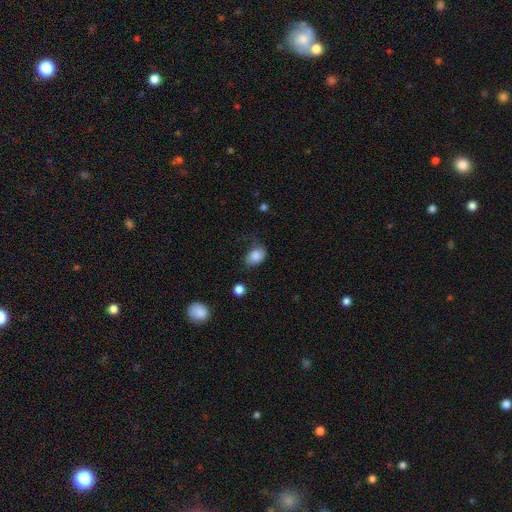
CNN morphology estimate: The model was most divided on "merging": none: 54%, minor disturbance: 31%, major disturbance: 13%, merger: 2%. More confident: smooth or featured — smooth (84%); how rounded — in between (79%).